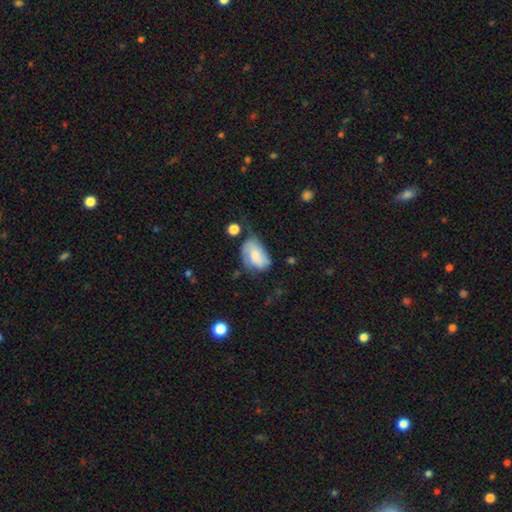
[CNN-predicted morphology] The model was most divided on "merging": minor disturbance: 37%, none: 33%, major disturbance: 22%, merger: 7%. More confident: how rounded — in between (85%); smooth or featured — smooth (62%).